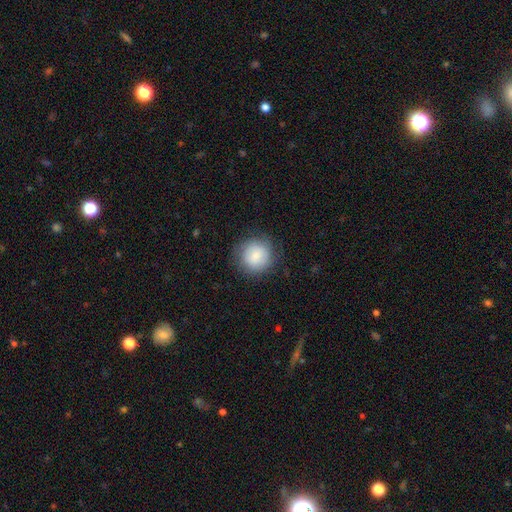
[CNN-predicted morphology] Q: Smooth or featured?
A: smooth (83%); runner-up: featured or disk (10%)
Q: How rounded?
A: round (92%); runner-up: in between (7%)
Q: Merging?
A: none (81%); runner-up: minor disturbance (14%)